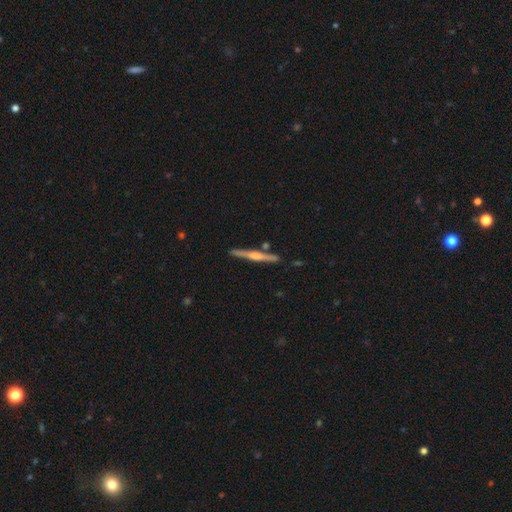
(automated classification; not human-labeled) Smooth or featured: featured or disk — 68% (smooth — 27%)
Edge-on disk: yes — 98% (no — 2%)
Edge-on bulge: rounded — 67% (boxy — 18%)
Merging: none — 87% (minor disturbance — 8%)